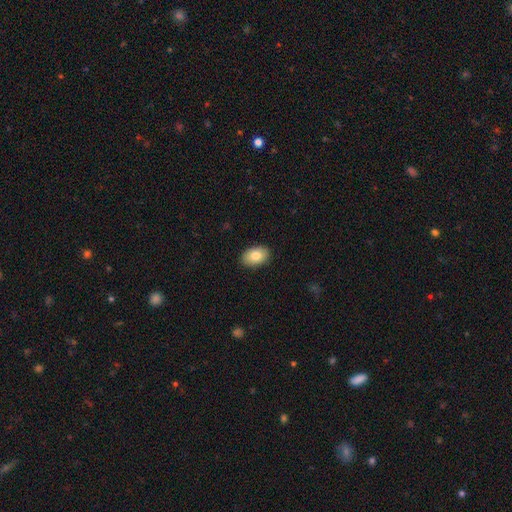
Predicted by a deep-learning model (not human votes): This appears to be a smooth galaxy with no disk features (82%) that is in between round and cigar-shaped (89%). Merging: none (89%).